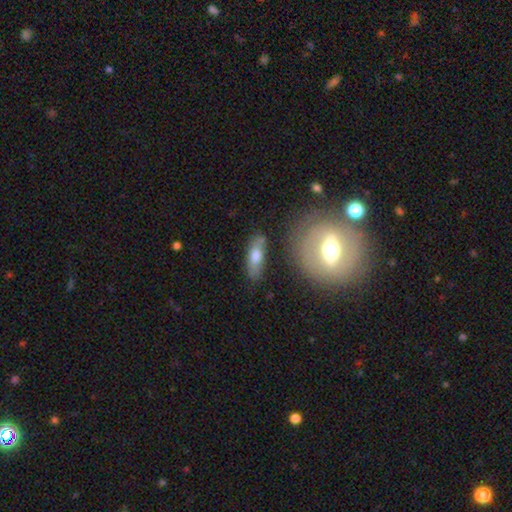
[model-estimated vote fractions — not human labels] A smooth galaxy with no disk features (62%) that is in between round and cigar-shaped (59%).

Vote fractions:
- Smooth or featured? smooth: 62% / featured or disk: 30% / star or artifact: 8%
- How rounded? in between: 59% / cigar-shaped: 36% / round: 5%
- Merging? none: 72% / minor disturbance: 16% / merger: 6% / major disturbance: 5%